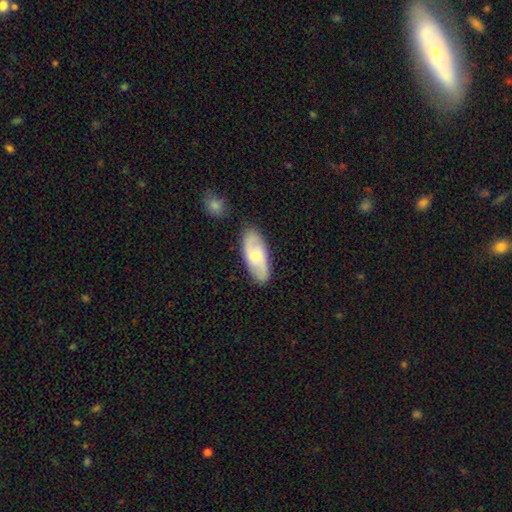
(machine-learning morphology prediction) smooth-or-featured: smooth: 53% | featured or disk: 42% | star or artifact: 6%
  how-rounded: in between: 85% | cigar-shaped: 12% | round: 3%
  merging: none: 82% | minor disturbance: 12% | merger: 3% | major disturbance: 3%